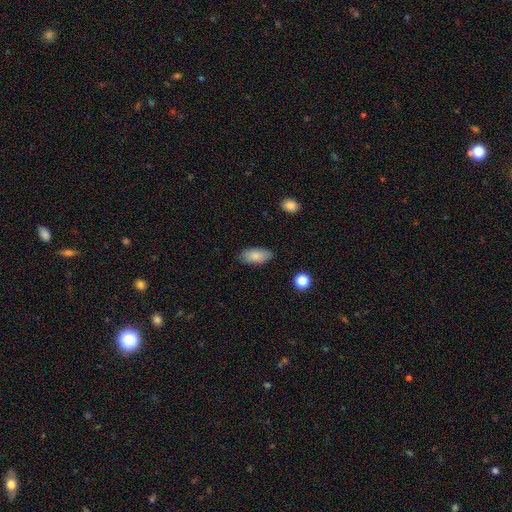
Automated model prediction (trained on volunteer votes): smooth 85%, featured or disk 8%, star or artifact 7%. Down the decision tree: how rounded — in between (91%); merging — none (83%).